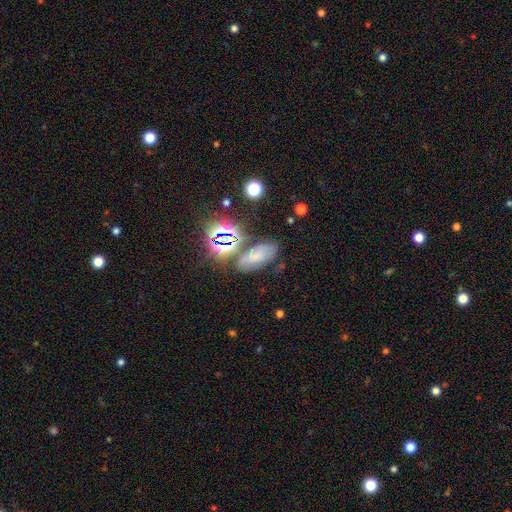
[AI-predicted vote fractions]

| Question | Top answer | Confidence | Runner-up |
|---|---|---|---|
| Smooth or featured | smooth | 46% | star or artifact (30%) |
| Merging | none | 63% | minor disturbance (18%) |